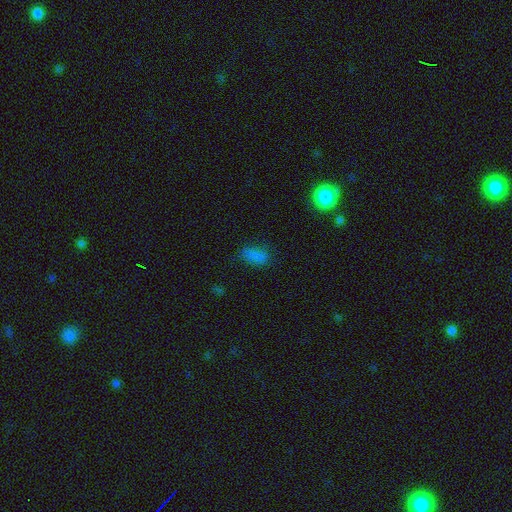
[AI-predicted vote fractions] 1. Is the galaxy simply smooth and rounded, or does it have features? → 79% smooth, 15% star or artifact, 6% featured or disk.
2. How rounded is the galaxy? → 90% in between, 5% round, 5% cigar-shaped.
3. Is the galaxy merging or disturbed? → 67% none, 23% minor disturbance, 8% major disturbance, 2% merger.